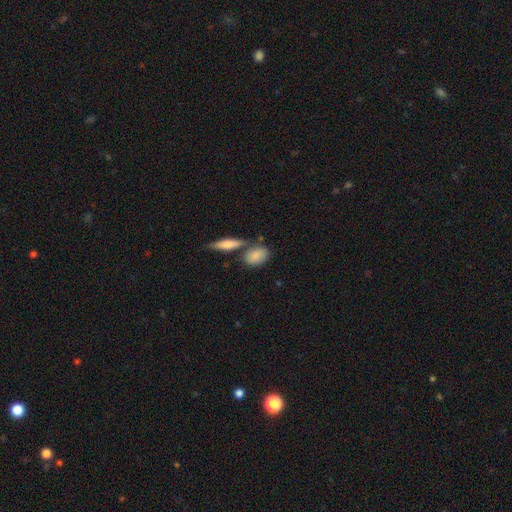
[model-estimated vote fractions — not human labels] Smooth or featured: smooth — 81% (featured or disk — 13%)
How rounded: in between — 75% (round — 19%)
Merging: none — 58% (merger — 23%)